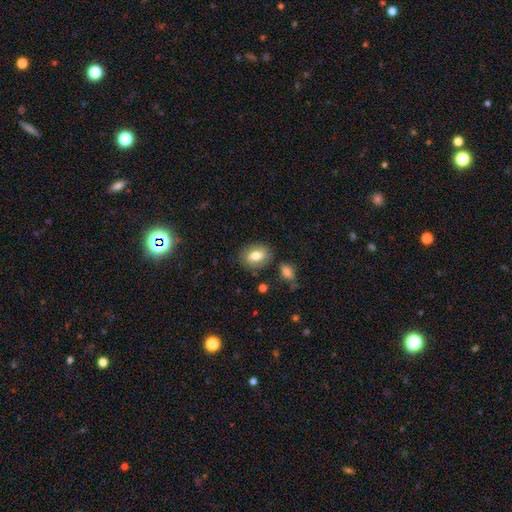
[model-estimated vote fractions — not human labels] smooth_or_featured: smooth (p=0.70) [alt: featured or disk p=0.22]
how_rounded: in between (p=0.75) [alt: round p=0.23]
merging: none (p=0.77) [alt: minor disturbance p=0.14]